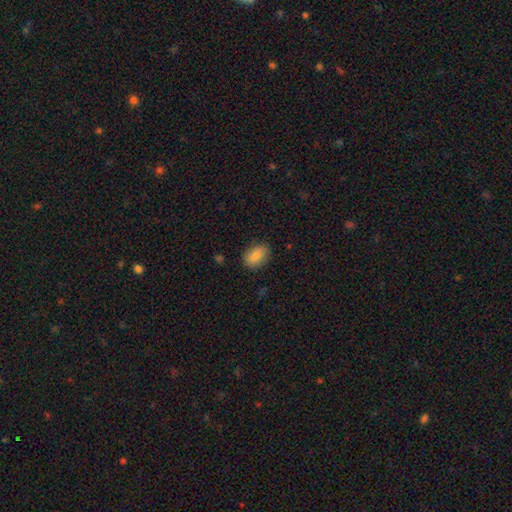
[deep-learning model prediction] A smooth galaxy with no disk features (83%) that is in between round and cigar-shaped (80%).

Vote fractions:
- Smooth or featured? smooth: 83% / featured or disk: 10% / star or artifact: 7%
- How rounded? in between: 80% / round: 19% / cigar-shaped: 1%
- Merging? none: 83% / minor disturbance: 13% / major disturbance: 3% / merger: 1%